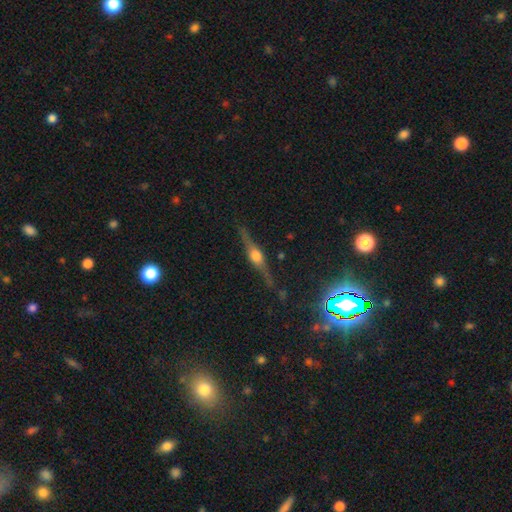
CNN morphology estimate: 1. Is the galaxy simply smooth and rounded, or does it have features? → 77% featured or disk, 16% smooth, 8% star or artifact.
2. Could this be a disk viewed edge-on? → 96% yes, 4% no.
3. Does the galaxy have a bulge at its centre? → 93% rounded, 5% boxy, 2% none.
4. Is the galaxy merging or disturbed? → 82% none, 13% minor disturbance, 3% major disturbance, 2% merger.